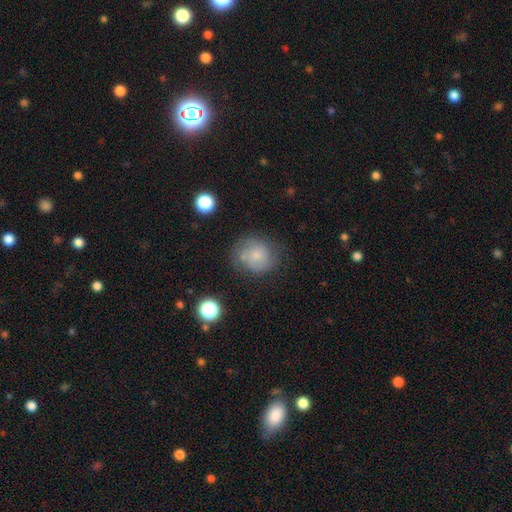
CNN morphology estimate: The model was most divided on "smooth or featured": smooth: 62%, featured or disk: 27%, star or artifact: 10%. More confident: how rounded — round (80%); merging — none (64%).